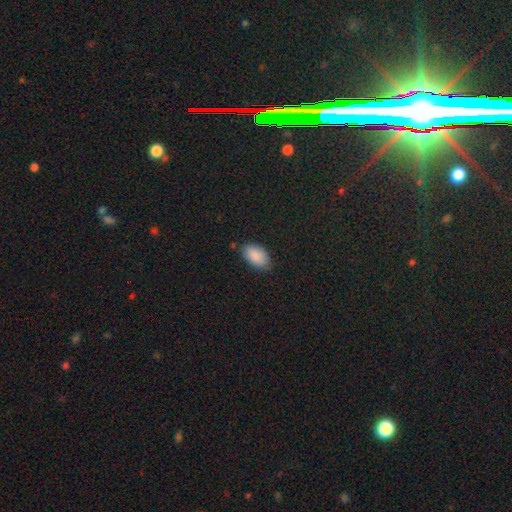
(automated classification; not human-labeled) A smooth galaxy with no disk features (90%) that is in between round and cigar-shaped (95%). Merging: none (80%).